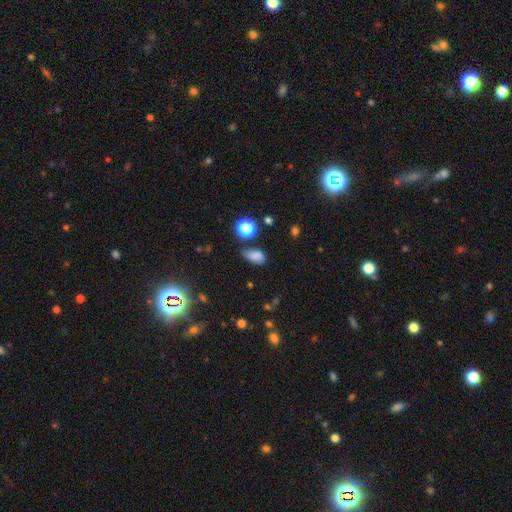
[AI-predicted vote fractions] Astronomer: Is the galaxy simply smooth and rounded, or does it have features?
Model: smooth — 74%.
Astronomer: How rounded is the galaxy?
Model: in between — 83%.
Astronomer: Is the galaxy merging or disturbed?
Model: none — 49% (runner-up: minor disturbance, 34%).